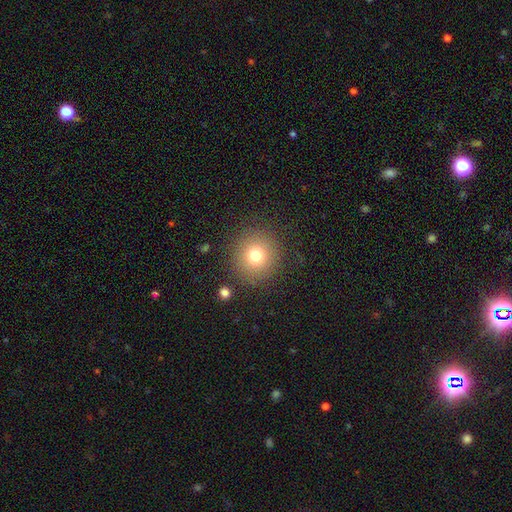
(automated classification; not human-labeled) A smooth galaxy with no disk features (75%) that is round (94%).

Vote fractions:
- Smooth or featured? smooth: 75% / star or artifact: 14% / featured or disk: 11%
- How rounded? round: 94% / in between: 5% / cigar-shaped: 1%
- Merging? none: 87% / minor disturbance: 7% / major disturbance: 4% / merger: 2%